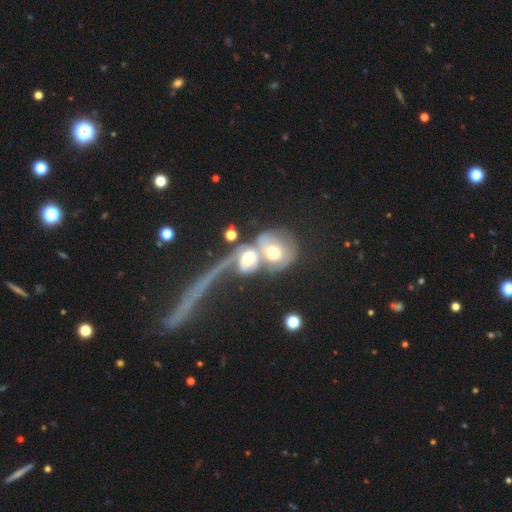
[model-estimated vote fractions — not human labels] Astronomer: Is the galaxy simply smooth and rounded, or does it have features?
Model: featured or disk — 44% (runner-up: smooth, 41%).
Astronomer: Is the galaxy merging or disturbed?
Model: merger — 50% (runner-up: none, 26%).